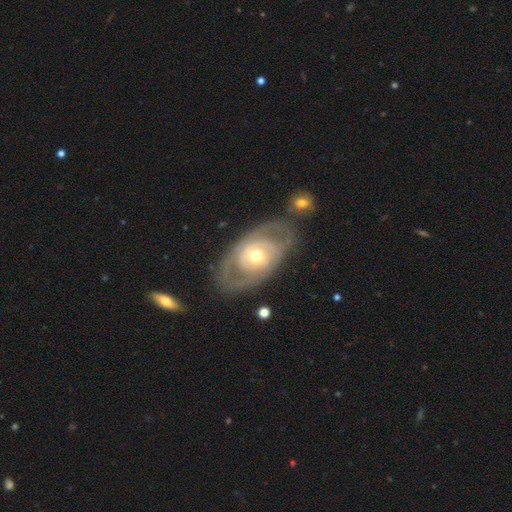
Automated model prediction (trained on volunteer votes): This appears to be a featured or disk galaxy (76%) with no bar (67%), spiral arms (59%) and a moderate central bulge (68%). Merging: none (75%).